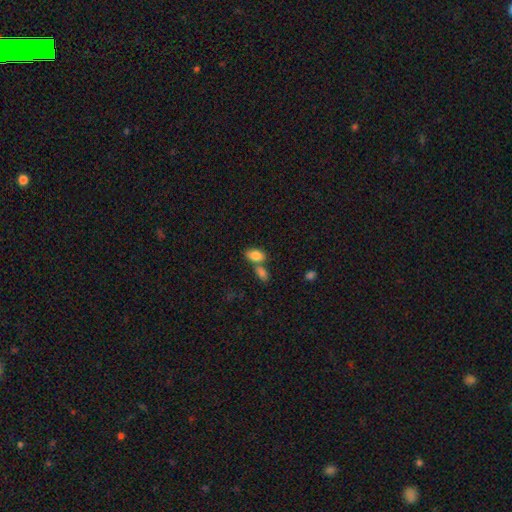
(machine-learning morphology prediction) smooth_or_featured: smooth (p=0.85) [alt: star or artifact p=0.08]
how_rounded: in between (p=0.90) [alt: round p=0.08]
merging: none (p=0.46) [alt: merger p=0.39]